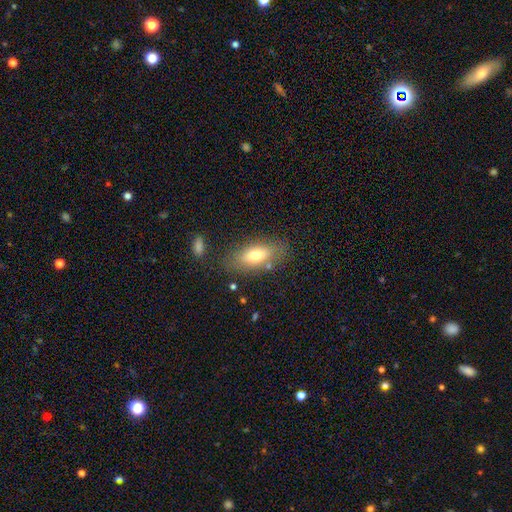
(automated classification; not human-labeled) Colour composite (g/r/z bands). It shows a smooth galaxy with no disk features (69%) that is in between round and cigar-shaped (79%). Merging: none (78%).